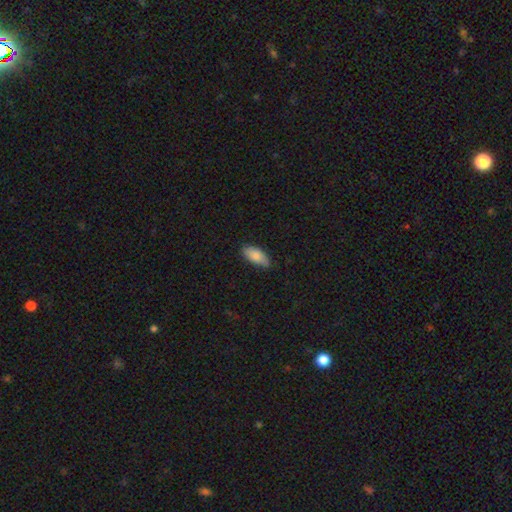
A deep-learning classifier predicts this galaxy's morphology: type=smooth (82%); roundness=in between (87%); merging=none (78%).